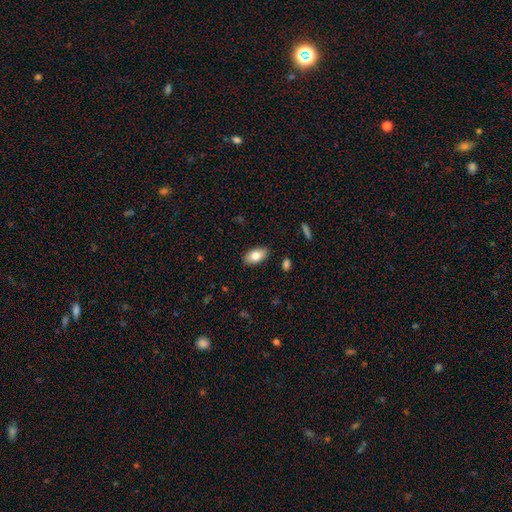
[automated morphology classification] Smooth or featured? smooth (79%)
How rounded? in between (92%)
Merging? none (87%)